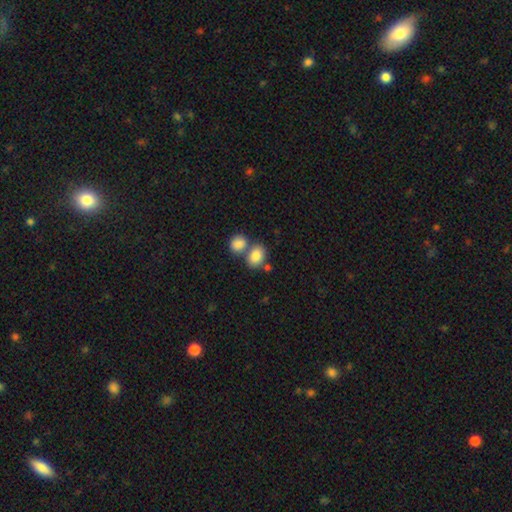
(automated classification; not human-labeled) Overall: smooth (84%). How rounded: in between (64%; round 35%). Merging: none (44%; merger 43%).